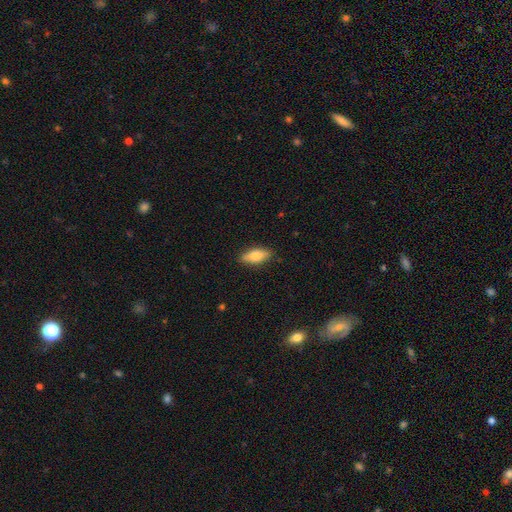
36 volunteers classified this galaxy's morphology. Smooth or featured?
  - smooth: 78% *
  - featured or disk: 19%
  - star or artifact: 3%
How rounded?
  - in between: 79% *
  - cigar-shaped: 18%
  - round: 4%
Merging?
  - none: 86% *
  - minor disturbance: 9%
  - major disturbance: 6%
  - merger: 0%